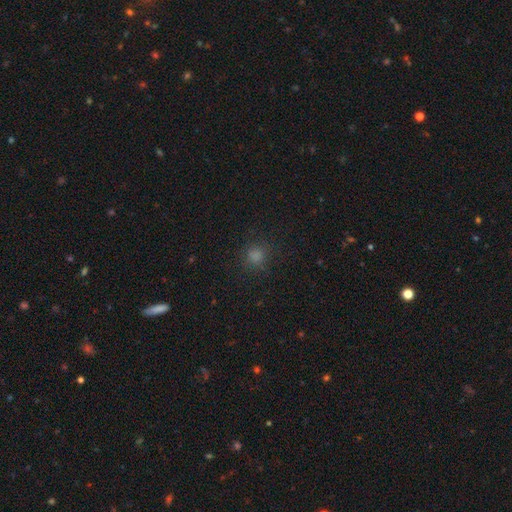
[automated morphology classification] This appears to be a smooth galaxy with no disk features (70%) that is round (89%). Merging: none (86%).